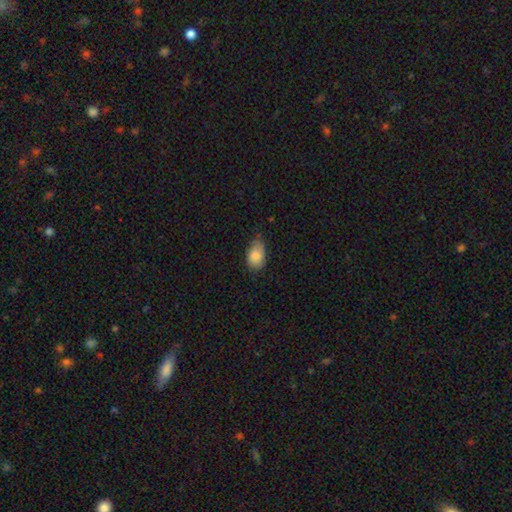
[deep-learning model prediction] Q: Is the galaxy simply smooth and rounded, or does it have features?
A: smooth — 84%.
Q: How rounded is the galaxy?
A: in between — 89%.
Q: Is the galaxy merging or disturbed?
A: none — 56%.